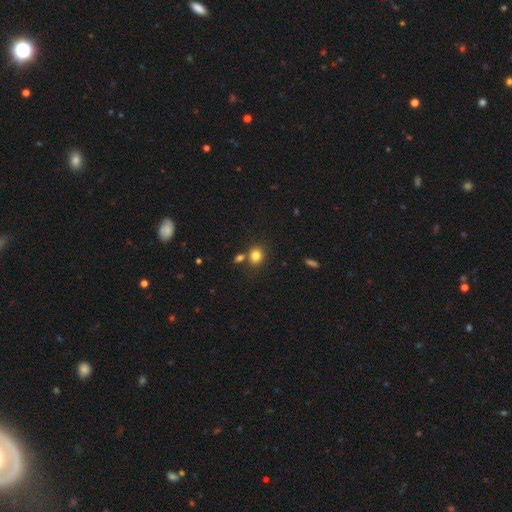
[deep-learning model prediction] Smooth or featured?
  - smooth: 81% *
  - star or artifact: 12%
  - featured or disk: 7%
How rounded?
  - round: 74% *
  - in between: 25%
  - cigar-shaped: 1%
Merging?
  - none: 70% *
  - merger: 17%
  - minor disturbance: 10%
  - major disturbance: 3%